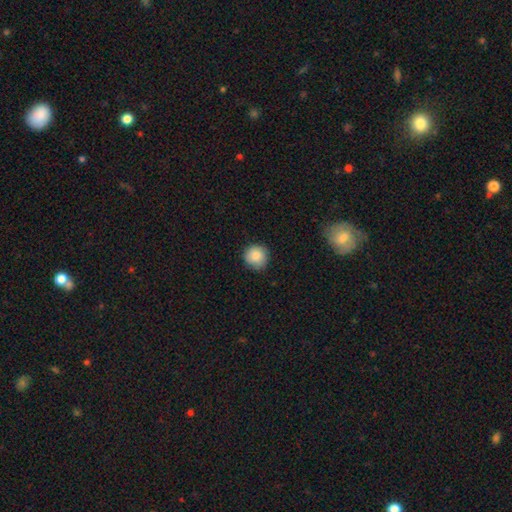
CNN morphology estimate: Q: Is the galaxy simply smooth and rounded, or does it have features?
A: smooth — 85%.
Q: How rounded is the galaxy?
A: round — 94%.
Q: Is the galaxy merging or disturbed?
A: none — 84%.